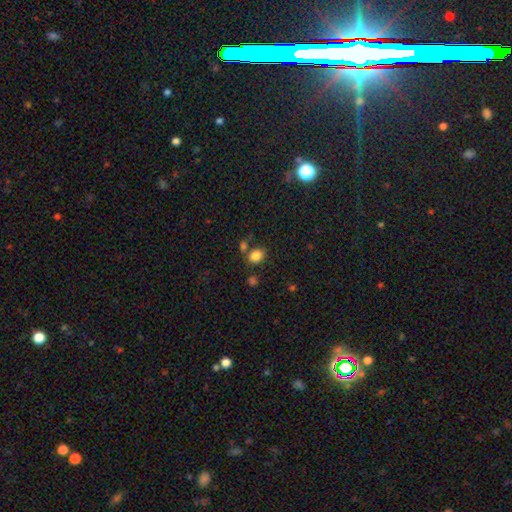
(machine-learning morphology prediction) Smooth or featured?
  - smooth: 83% *
  - star or artifact: 11%
  - featured or disk: 6%
How rounded?
  - in between: 57% *
  - round: 42%
  - cigar-shaped: 1%
Merging?
  - none: 68% *
  - merger: 15%
  - minor disturbance: 12%
  - major disturbance: 4%